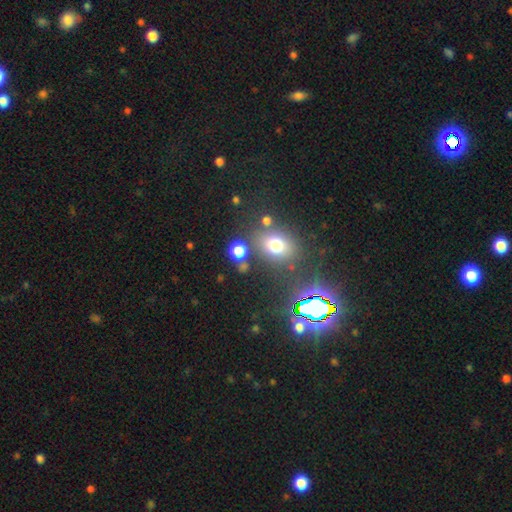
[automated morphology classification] Smooth or featured? Predicted: star or artifact (p=0.62).